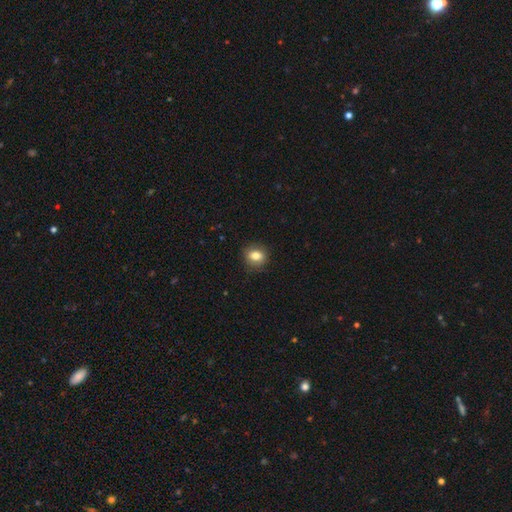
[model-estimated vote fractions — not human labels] Smooth or featured?
  - smooth: 81% *
  - star or artifact: 10%
  - featured or disk: 9%
How rounded?
  - round: 65% *
  - in between: 34%
  - cigar-shaped: 1%
Merging?
  - none: 85% *
  - minor disturbance: 11%
  - major disturbance: 3%
  - merger: 1%